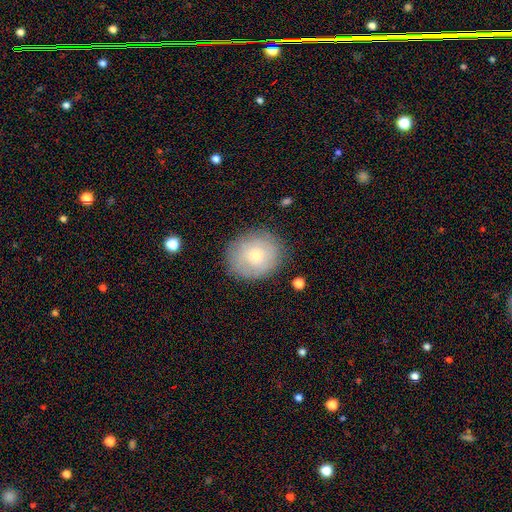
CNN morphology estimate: Overall: smooth (65%; featured or disk 27%). How rounded: round (70%). Merging: none (81%).